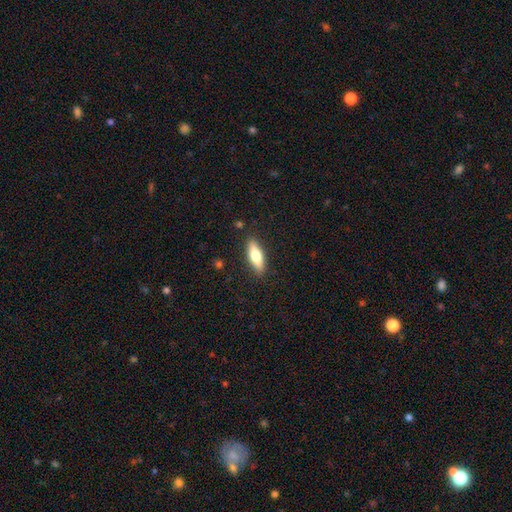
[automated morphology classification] The model was most divided on "how rounded": in between: 51%, cigar-shaped: 47%, round: 2%. More confident: merging — none (88%); smooth or featured — smooth (68%).